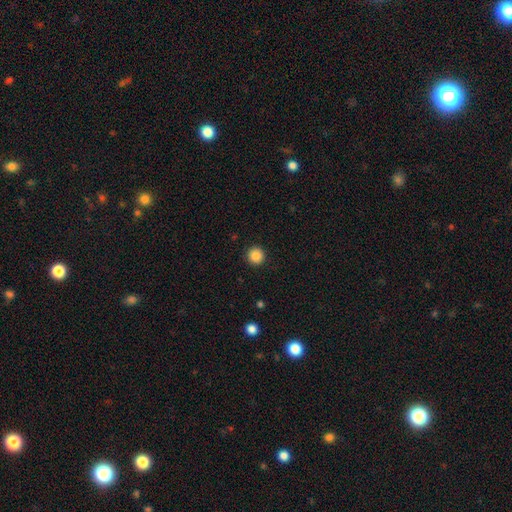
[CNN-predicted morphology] A smooth galaxy with no disk features (87%) that is round (96%). Merging: none (92%).